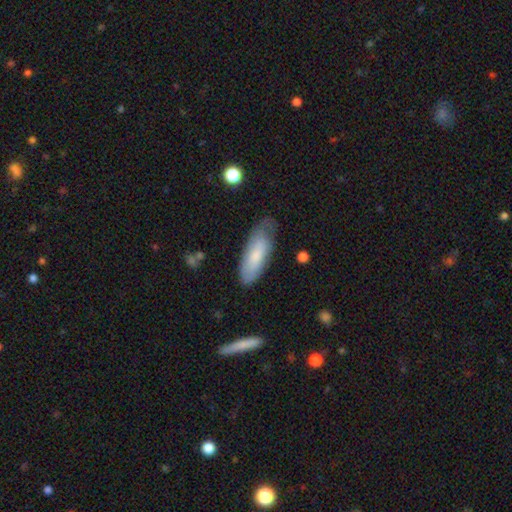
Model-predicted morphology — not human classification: Smooth or featured? smooth (73%)
How rounded? in between (62%)
Merging? none (62%)